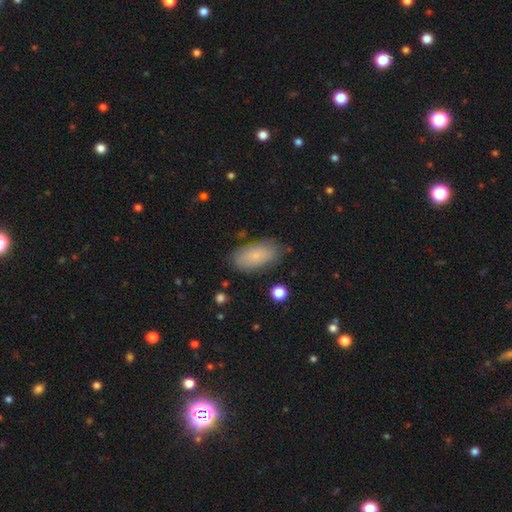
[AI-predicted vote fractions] A smooth galaxy with no disk features (72%) that is in between round and cigar-shaped (91%). Merging: none (77%).